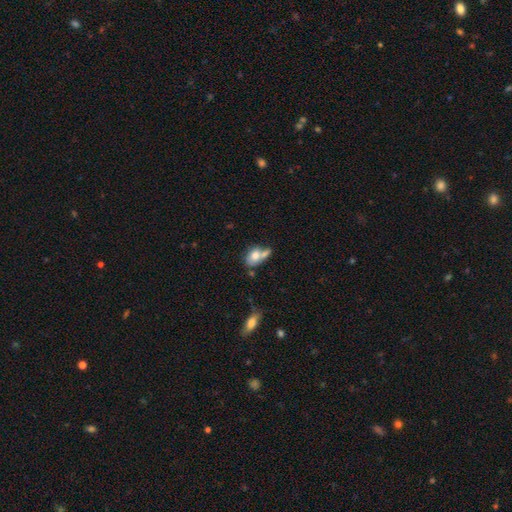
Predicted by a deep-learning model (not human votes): Smooth or featured? smooth (74%)
How rounded? in between (73%)
Merging? merger (47%)